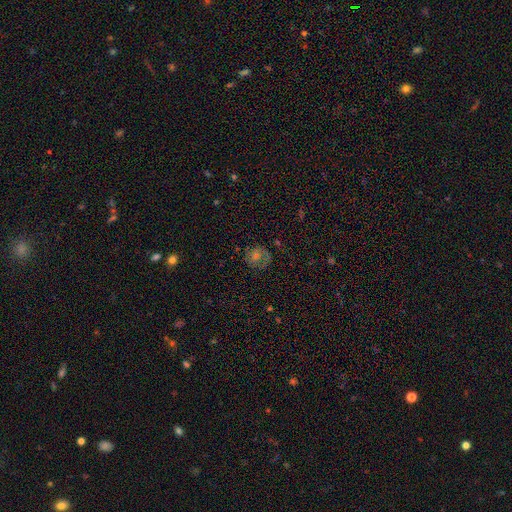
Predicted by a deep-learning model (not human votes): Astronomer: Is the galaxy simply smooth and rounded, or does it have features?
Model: featured or disk — 53% (runner-up: smooth, 31%).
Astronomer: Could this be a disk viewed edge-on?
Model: no — 97%.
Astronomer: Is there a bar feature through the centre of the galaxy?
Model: no — 68%.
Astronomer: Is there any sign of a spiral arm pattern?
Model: yes — 76%.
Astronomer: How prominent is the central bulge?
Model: moderate — 50% (runner-up: small, 30%).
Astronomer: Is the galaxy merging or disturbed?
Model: none — 70%.